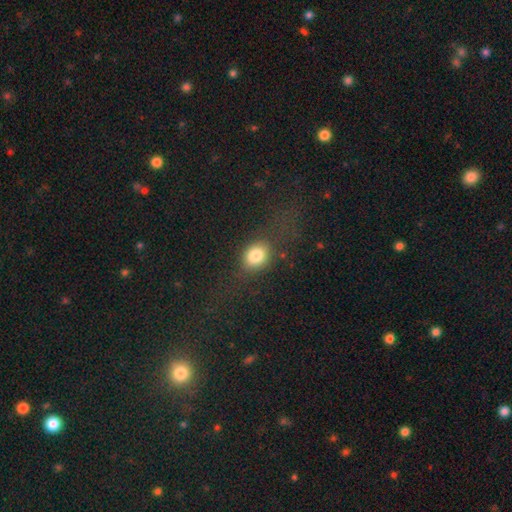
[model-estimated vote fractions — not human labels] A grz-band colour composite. It shows a smooth galaxy with no disk features (81%) that is in between round and cigar-shaped (56%). Merging: none (64%).